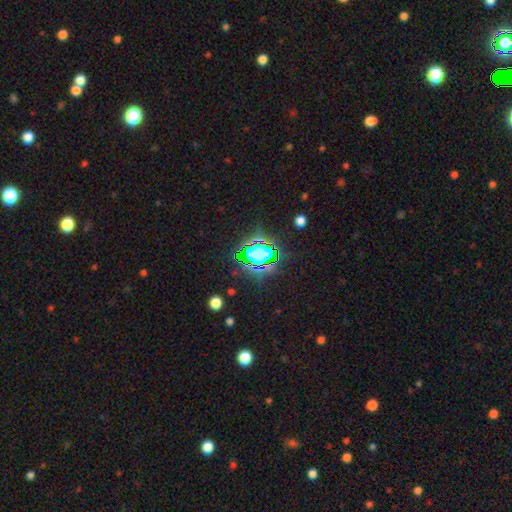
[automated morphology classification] star or artifact 81%, smooth 11%, featured or disk 8%.